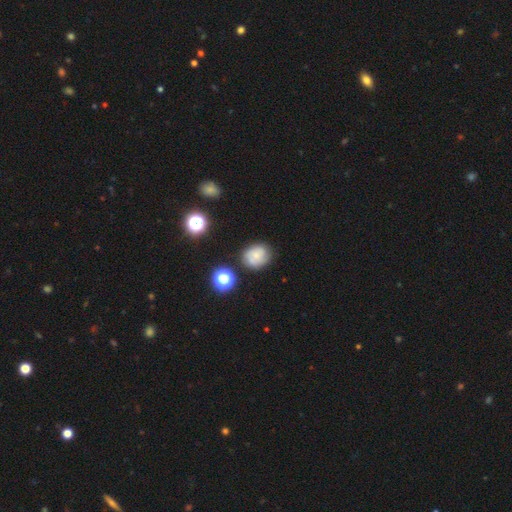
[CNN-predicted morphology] A smooth galaxy with no disk features (59%) that is round (69%).

Vote fractions:
- Smooth or featured? smooth: 59% / featured or disk: 28% / star or artifact: 14%
- How rounded? round: 69% / in between: 30% / cigar-shaped: 1%
- Merging? none: 73% / minor disturbance: 17% / major disturbance: 5% / merger: 5%